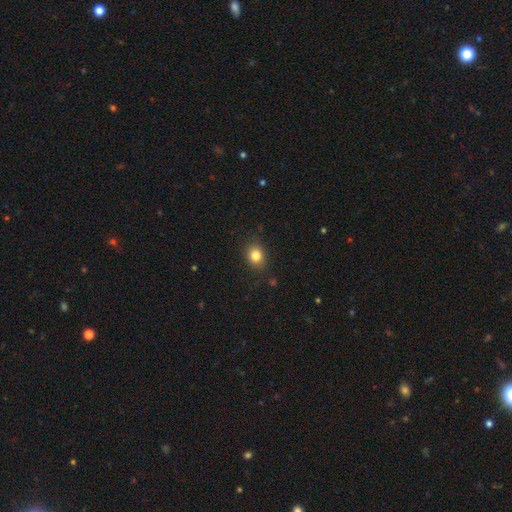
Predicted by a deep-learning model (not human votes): A smooth galaxy with no disk features (82%) that is round (62%). Merging: none (87%).